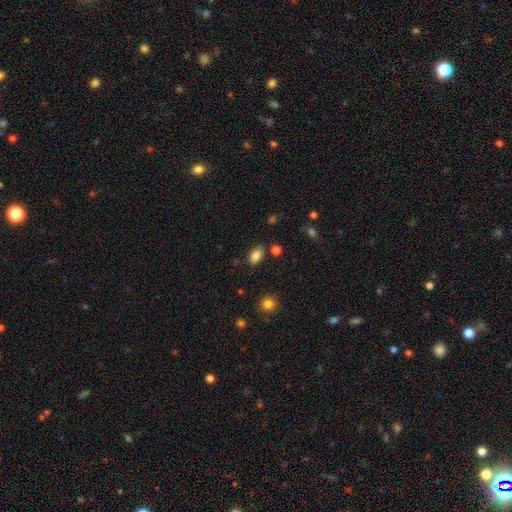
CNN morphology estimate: Smooth or featured: smooth — 86% (star or artifact — 9%)
How rounded: in between — 88% (round — 10%)
Merging: none — 79% (minor disturbance — 13%)